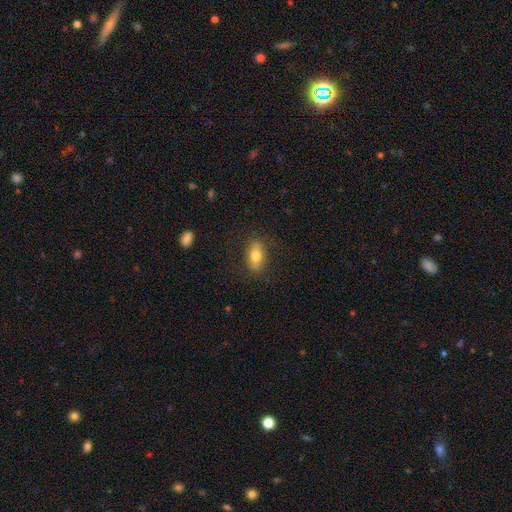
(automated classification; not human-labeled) A smooth galaxy with no disk features (73%) that is in between round and cigar-shaped (83%).

Vote fractions:
- Smooth or featured? smooth: 73% / featured or disk: 19% / star or artifact: 8%
- How rounded? in between: 83% / cigar-shaped: 9% / round: 7%
- Merging? none: 84% / minor disturbance: 11% / major disturbance: 3% / merger: 1%